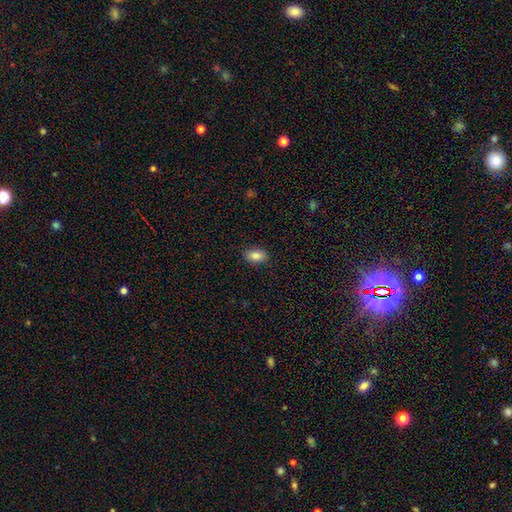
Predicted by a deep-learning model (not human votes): This is clearly a smooth galaxy (86%). How rounded: clearly in between (88%). Merging: clearly none (89%).